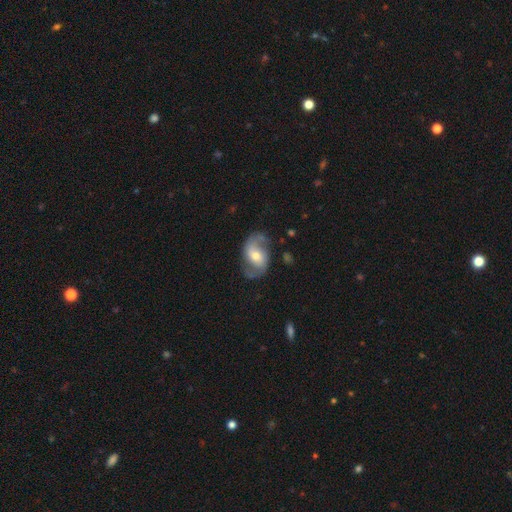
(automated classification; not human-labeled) smooth-or-featured: featured or disk: 82% | smooth: 12% | star or artifact: 5%
  disk-edge-on: no: 97% | yes: 3%
    bar: no: 46% | weak: 40% | strong: 14%
    has-spiral-arms: yes: 94% | no: 6%
      spiral-winding: medium: 45% | loose: 42% | tight: 14%
      spiral-arm-count: 2: 91% | can't tell: 4% | 1: 3% | 3: 1% | 4: 1% | more than 4: 1%
    bulge-size: moderate: 61% | small: 31% | large: 6% | none: 1% | dominant: 1%
  merging: none: 74% | minor disturbance: 16% | major disturbance: 8% | merger: 2%